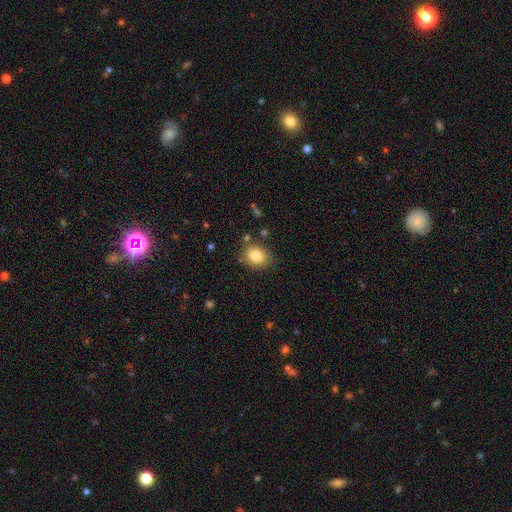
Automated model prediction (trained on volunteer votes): This is clearly a smooth galaxy (83%). How rounded: possibly round (51%). Merging: clearly none (80%).